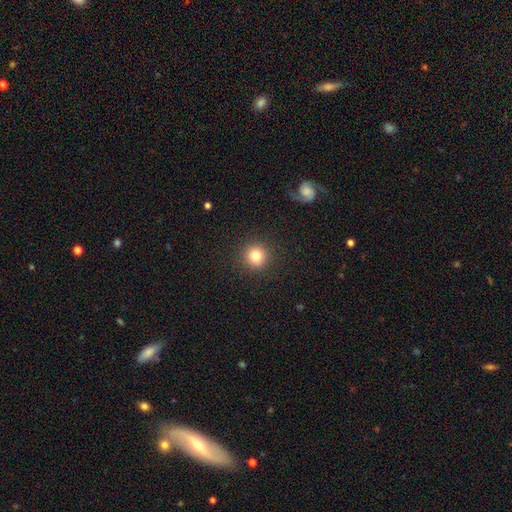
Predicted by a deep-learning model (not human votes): Morphology: type=smooth (81%); roundness=round (94%); merging=none (91%).